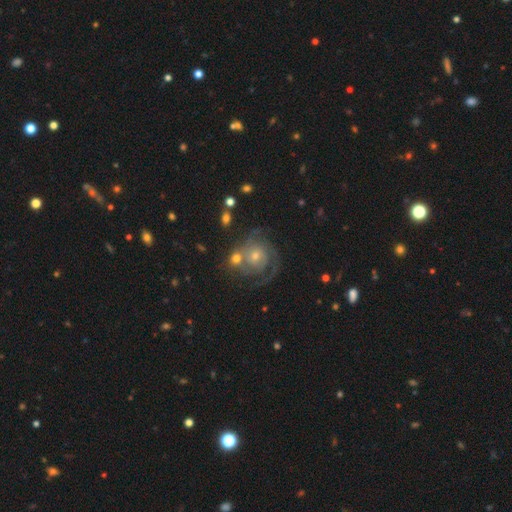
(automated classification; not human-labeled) Smooth or featured: featured or disk — 79% (smooth — 14%)
Edge-on disk: no — 98% (yes — 2%)
Bar: no — 74% (weak — 22%)
Spiral arms: yes — 93% (no — 7%)
Spiral winding: tight — 54% (medium — 34%)
Spiral arm count: 2 — 42% (can't tell — 21%)
Bulge size: small — 50% (moderate — 43%)
Merging: none — 51% (merger — 18%)